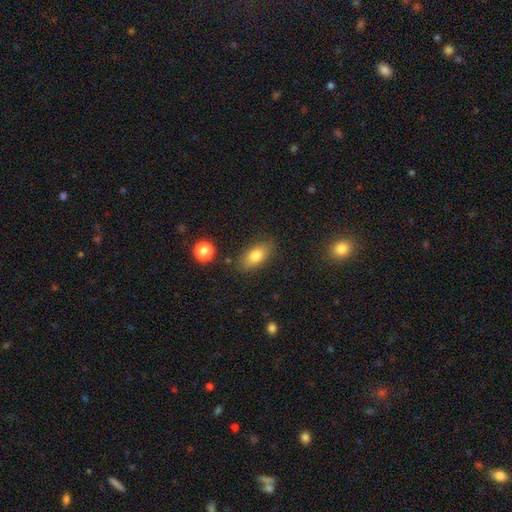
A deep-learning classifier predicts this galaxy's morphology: smooth 78%, featured or disk 13%, star or artifact 9%. Down the decision tree: how rounded — in between (85%); merging — none (82%).